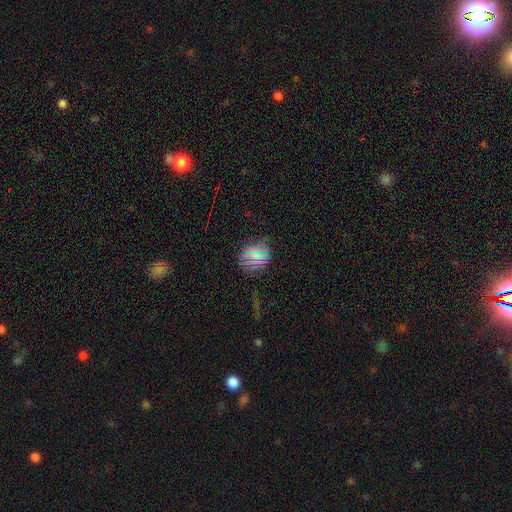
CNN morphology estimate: Q: Smooth or featured?
A: smooth (62%); runner-up: star or artifact (28%)
Q: How rounded?
A: round (71%); runner-up: in between (26%)
Q: Merging?
A: none (80%); runner-up: minor disturbance (13%)